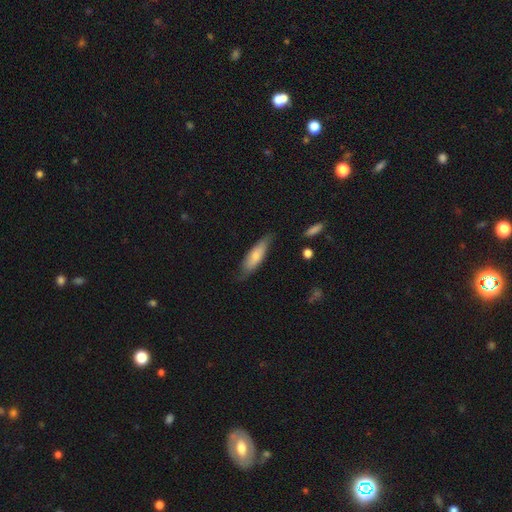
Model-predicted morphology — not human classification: smooth-or-featured: smooth: 66% | featured or disk: 28% | star or artifact: 6%
  how-rounded: cigar-shaped: 53% | in between: 45% | round: 2%
  merging: none: 68% | minor disturbance: 25% | major disturbance: 5% | merger: 2%